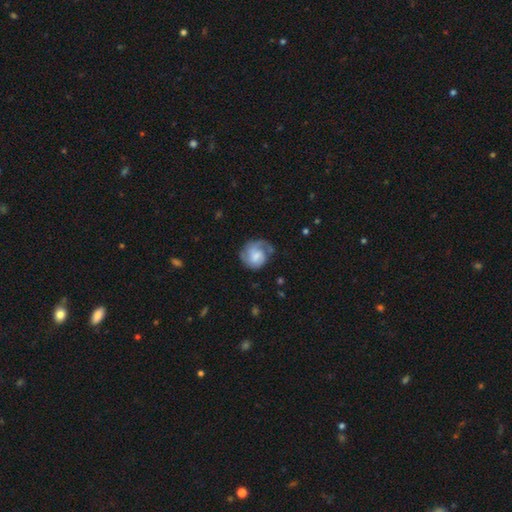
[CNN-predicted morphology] This appears to be a featured or disk galaxy (59%) with no bar (52%), 2 (39%) tight (43%) spiral arms (87%) and a moderate central bulge (31%). Merging: none (51%).